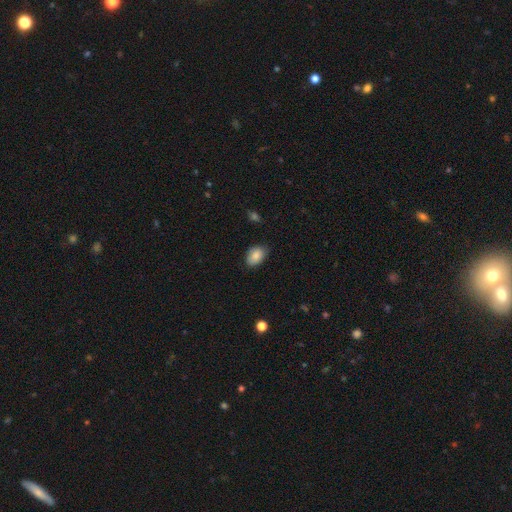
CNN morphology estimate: Overall: smooth (86%). How rounded: in between (87%). Merging: none (80%).